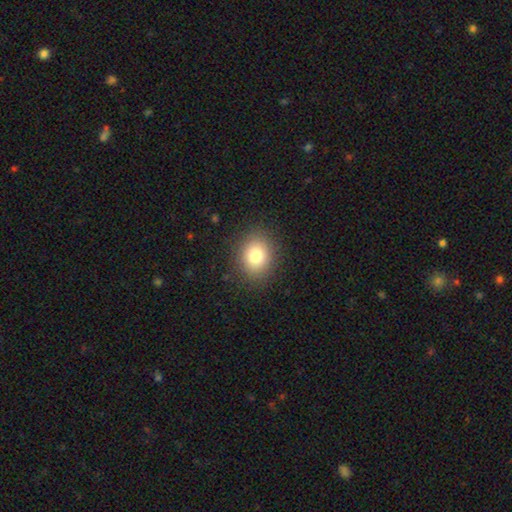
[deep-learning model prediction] Morphology: type=smooth (81%); roundness=round (57%); merging=none (88%).